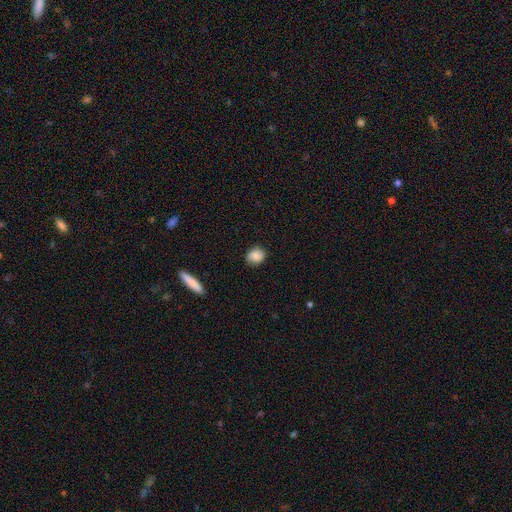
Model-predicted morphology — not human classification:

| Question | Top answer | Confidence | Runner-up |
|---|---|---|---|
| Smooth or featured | smooth | 83% | featured or disk (9%) |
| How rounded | round | 64% | in between (35%) |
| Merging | none | 80% | minor disturbance (16%) |